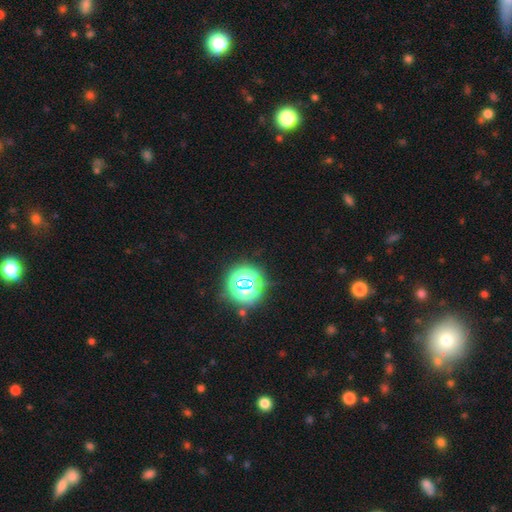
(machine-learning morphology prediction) smooth-or-featured: star or artifact: 72% | smooth: 20% | featured or disk: 8%